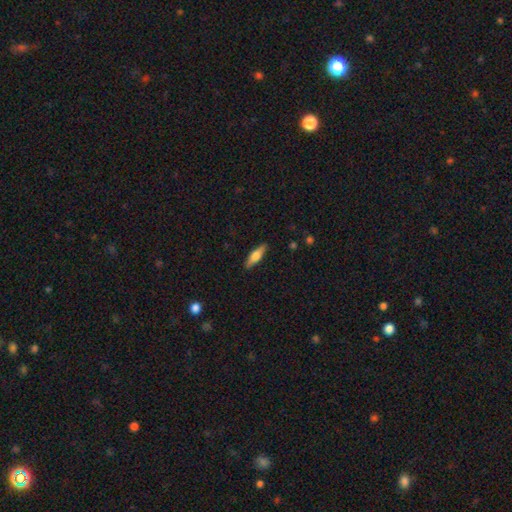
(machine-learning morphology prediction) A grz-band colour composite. It shows a smooth galaxy with no disk features (60%) that is cigar-shaped (59%). Merging: none (88%).